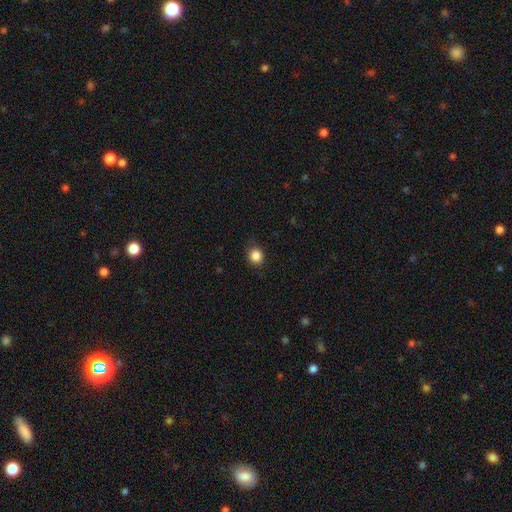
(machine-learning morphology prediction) Smooth or featured?
  - smooth: 85% *
  - star or artifact: 11%
  - featured or disk: 4%
How rounded?
  - round: 78% *
  - in between: 21%
  - cigar-shaped: 1%
Merging?
  - none: 84% *
  - minor disturbance: 12%
  - major disturbance: 3%
  - merger: 1%